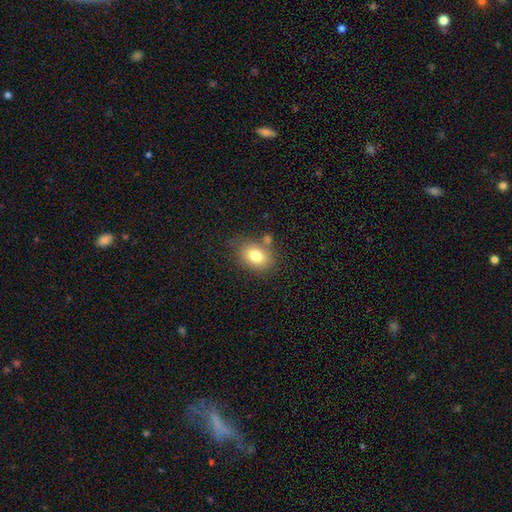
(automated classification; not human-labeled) The model was most divided on "how rounded": in between: 71%, round: 28%, cigar-shaped: 1%. More confident: smooth or featured — smooth (78%); merging — none (69%).